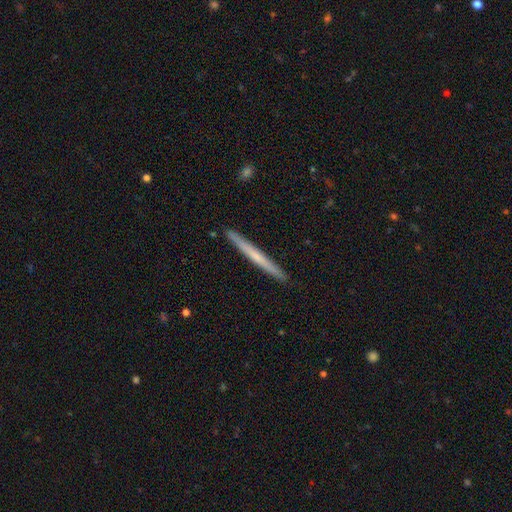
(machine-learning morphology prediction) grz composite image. It shows a featured or disk galaxy (48%). Merging: none (93%).